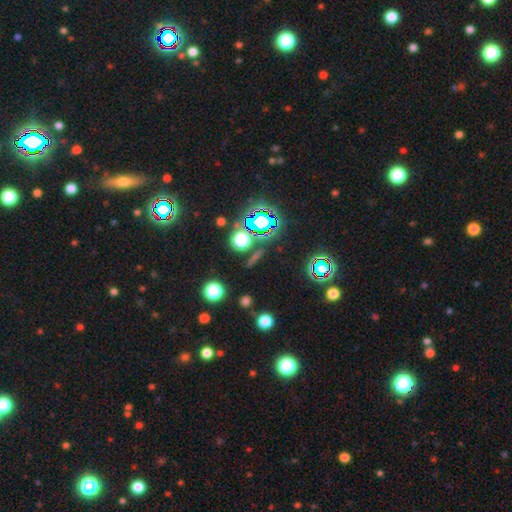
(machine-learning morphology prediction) smooth_or_featured: star or artifact (p=0.65) [alt: smooth p=0.22]